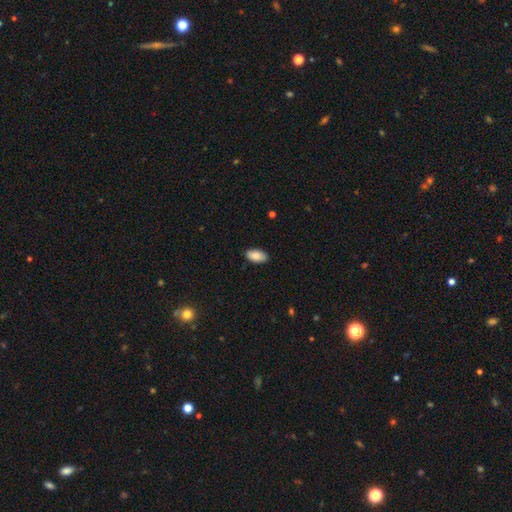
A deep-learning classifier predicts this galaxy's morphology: This appears to be a smooth galaxy with no disk features (87%) that is in between round and cigar-shaped (95%). Merging: none (87%).